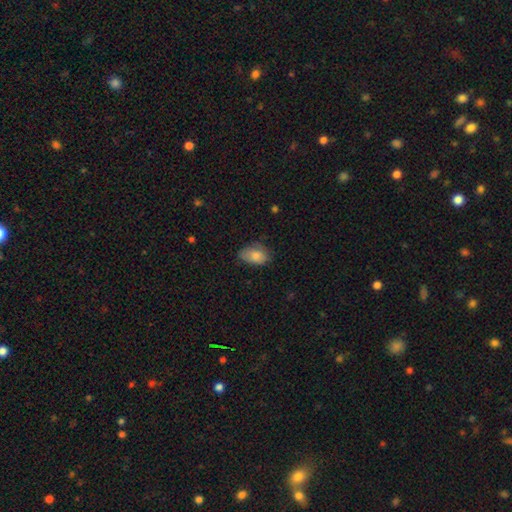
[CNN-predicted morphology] smooth 79%, featured or disk 13%, star or artifact 8%. Down the decision tree: how rounded — in between (88%); merging — none (62%).